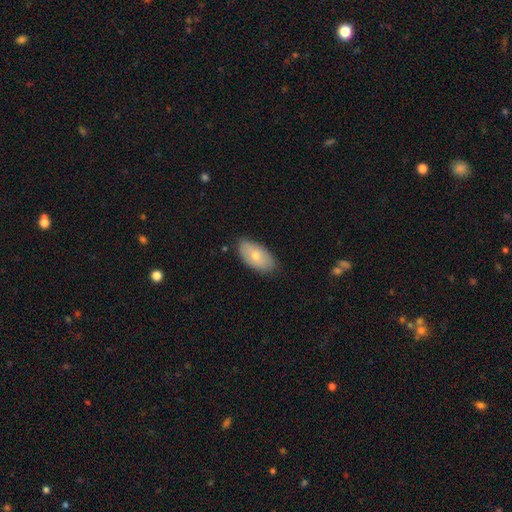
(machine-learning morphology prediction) Q: Smooth or featured?
A: smooth (68%); runner-up: featured or disk (26%)
Q: How rounded?
A: in between (93%); runner-up: round (4%)
Q: Merging?
A: none (80%); runner-up: minor disturbance (16%)